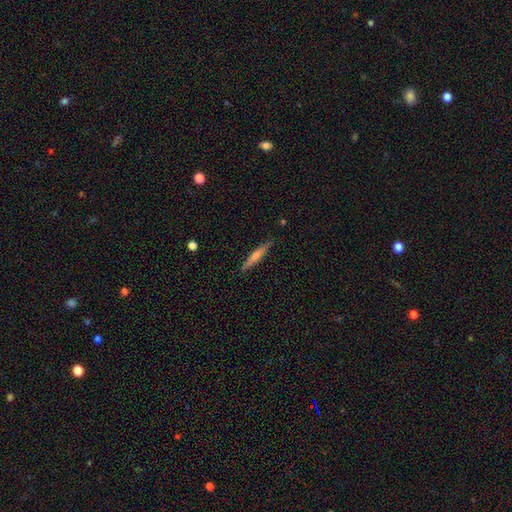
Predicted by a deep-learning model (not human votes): Q: Smooth or featured?
A: featured or disk (51%); runner-up: smooth (42%)
Q: Edge-on disk?
A: yes (96%); runner-up: no (4%)
Q: Merging?
A: none (89%); runner-up: minor disturbance (8%)